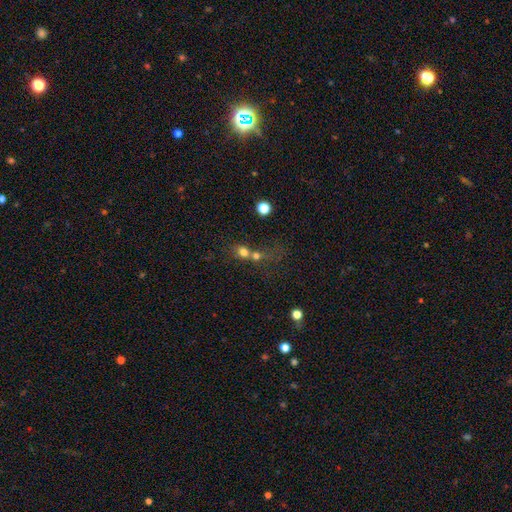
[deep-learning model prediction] This is possibly a smooth galaxy (58%). How rounded: likely round (70%). Merging: possibly merger (54%).